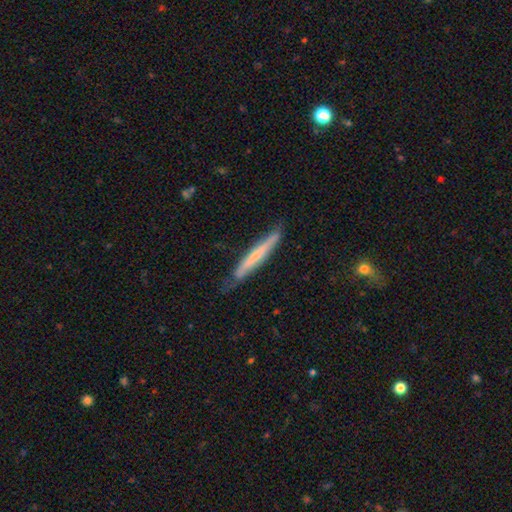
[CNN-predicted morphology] Q: Smooth or featured?
A: featured or disk (51%); runner-up: smooth (44%)
Q: Edge-on disk?
A: yes (90%); runner-up: no (10%)
Q: Merging?
A: none (71%); runner-up: minor disturbance (23%)